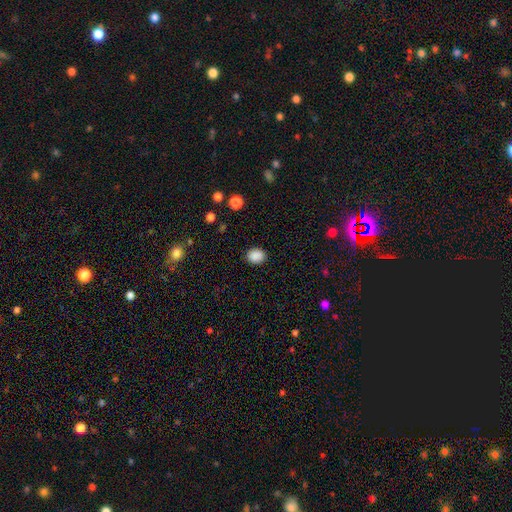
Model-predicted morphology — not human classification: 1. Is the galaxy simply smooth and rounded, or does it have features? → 88% smooth, 9% star or artifact, 3% featured or disk.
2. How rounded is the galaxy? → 50% in between, 49% round, 1% cigar-shaped.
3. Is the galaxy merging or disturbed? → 88% none, 8% minor disturbance, 3% major disturbance, 1% merger.